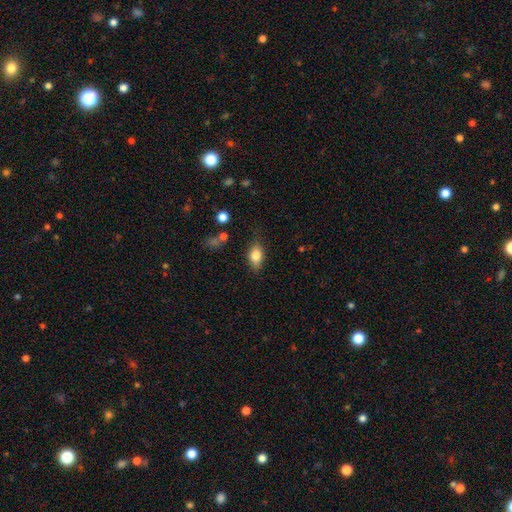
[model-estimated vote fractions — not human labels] A smooth galaxy with no disk features (80%) that is in between round and cigar-shaped (83%).

Vote fractions:
- Smooth or featured? smooth: 80% / featured or disk: 12% / star or artifact: 8%
- How rounded? in between: 83% / round: 12% / cigar-shaped: 5%
- Merging? none: 75% / minor disturbance: 18% / major disturbance: 5% / merger: 2%